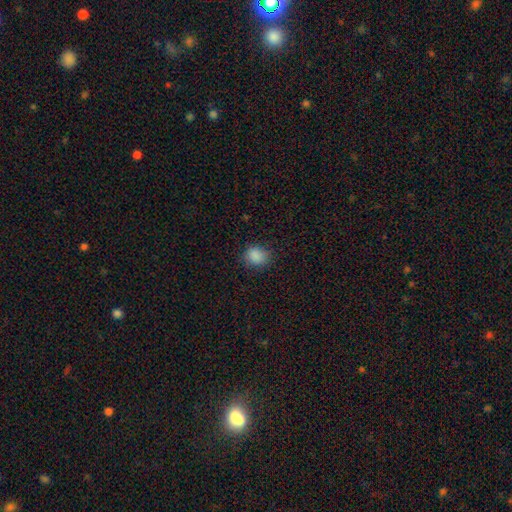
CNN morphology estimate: Q: Smooth or featured?
A: smooth (86%); runner-up: star or artifact (10%)
Q: How rounded?
A: round (67%); runner-up: in between (32%)
Q: Merging?
A: none (79%); runner-up: minor disturbance (15%)